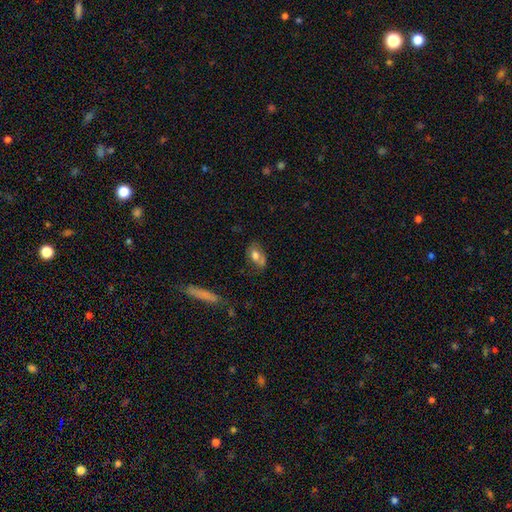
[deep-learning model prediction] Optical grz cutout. It shows a smooth galaxy with no disk features (63%) that is in between round and cigar-shaped (84%). Merging: none (48%).